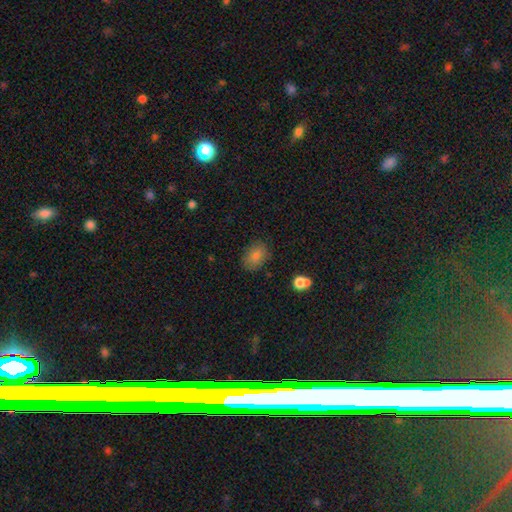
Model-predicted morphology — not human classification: A smooth galaxy with no disk features (79%) that is in between round and cigar-shaped (78%).

Vote fractions:
- Smooth or featured? smooth: 79% / star or artifact: 12% / featured or disk: 10%
- How rounded? in between: 78% / round: 21% / cigar-shaped: 1%
- Merging? none: 84% / minor disturbance: 11% / major disturbance: 3% / merger: 2%